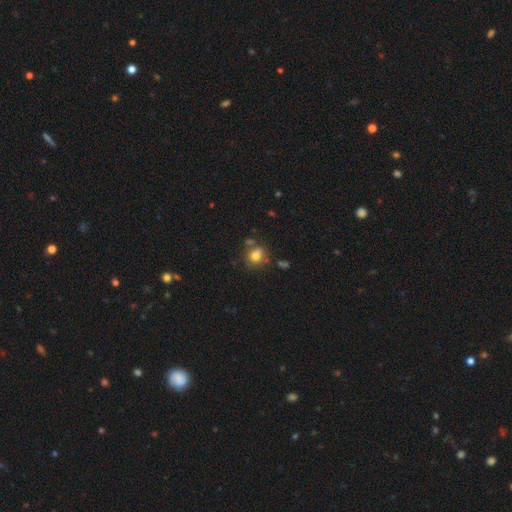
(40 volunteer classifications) This appears to be a smooth galaxy with no disk features (78%) that is round (48%, tied with in between). Merging: none (39%).